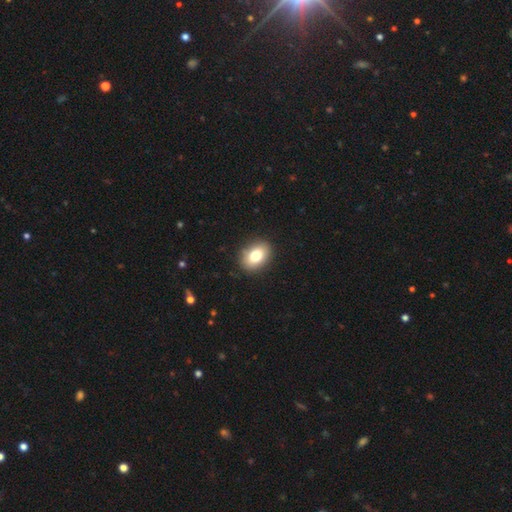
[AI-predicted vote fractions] The model was most divided on "how rounded": in between: 73%, round: 26%, cigar-shaped: 1%. More confident: merging — none (89%); smooth or featured — smooth (80%).